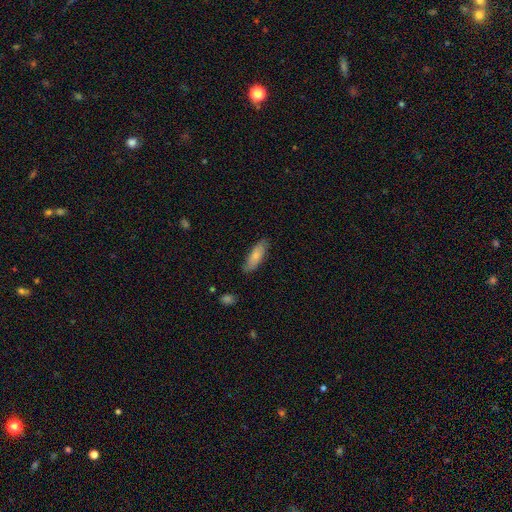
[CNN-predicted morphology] Smooth or featured? Predicted: smooth (p=0.75). How rounded? Predicted: in between (p=0.59). Merging? Predicted: none (p=0.81).